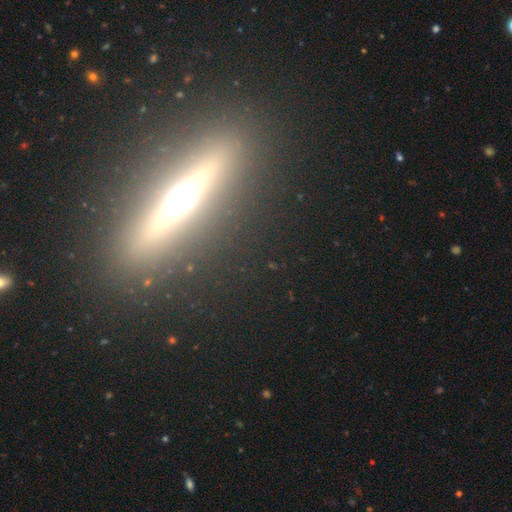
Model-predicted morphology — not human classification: A featured or disk galaxy (75%) viewed edge-on (95%) with a rounded central bulge (88%). Merging: none (90%).